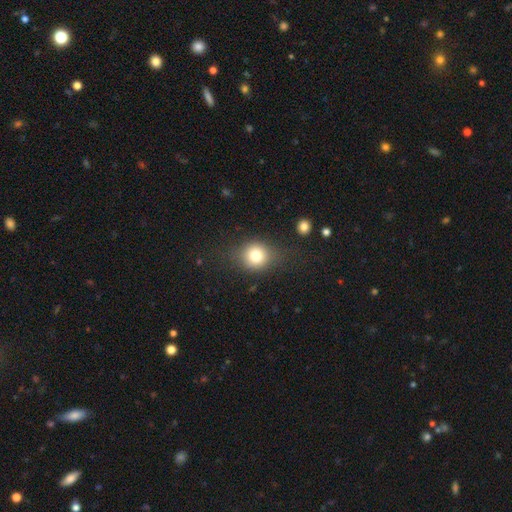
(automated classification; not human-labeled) Smooth or featured: smooth — 76% (featured or disk — 13%)
How rounded: round — 75% (in between — 24%)
Merging: none — 71% (minor disturbance — 18%)